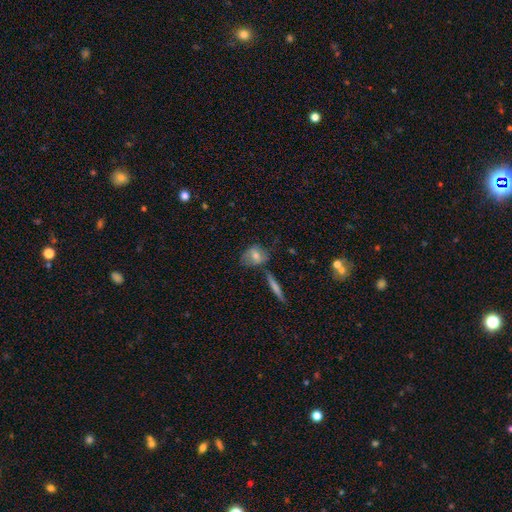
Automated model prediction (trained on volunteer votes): Morphology: type=smooth (67%); roundness=in between (65%); merging=none (57%).